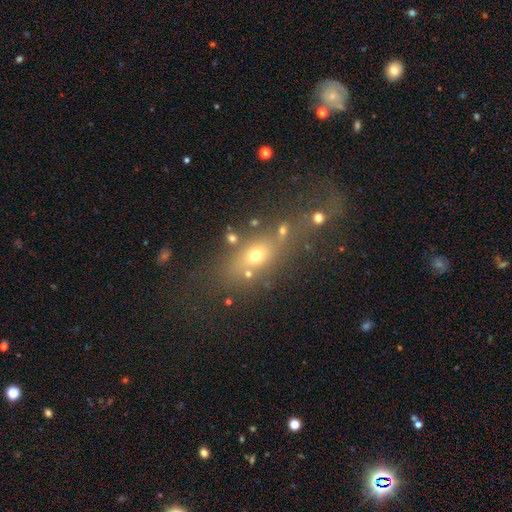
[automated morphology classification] type=smooth (57%); roundness=in between (57%); merging=none (48%).